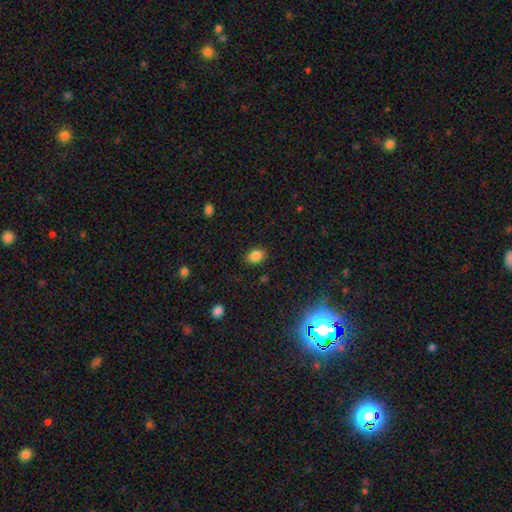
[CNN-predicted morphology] A smooth galaxy with no disk features (85%) that is in between round and cigar-shaped (76%). Merging: none (87%).